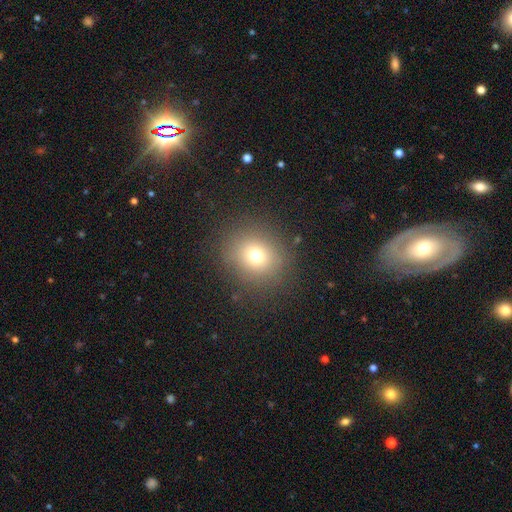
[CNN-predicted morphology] Overall: smooth (71%). How rounded: round (84%). Merging: none (86%).